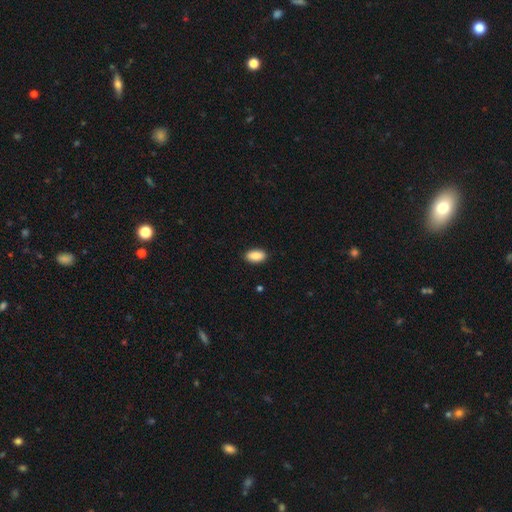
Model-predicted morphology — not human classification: Smooth or featured?
  - smooth: 88% *
  - star or artifact: 7%
  - featured or disk: 5%
How rounded?
  - in between: 93% *
  - round: 4%
  - cigar-shaped: 3%
Merging?
  - none: 90% *
  - minor disturbance: 7%
  - major disturbance: 2%
  - merger: 1%